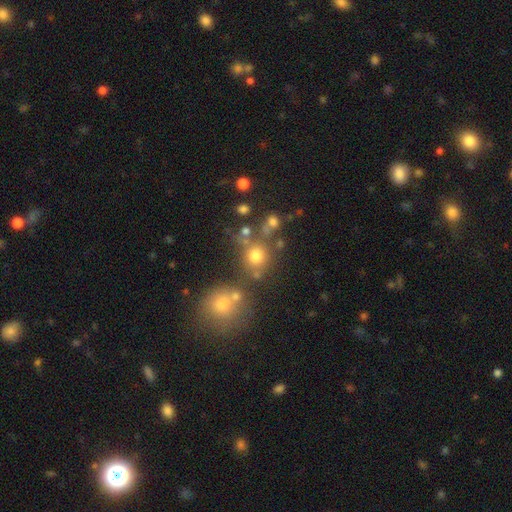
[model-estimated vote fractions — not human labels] The model was most divided on "merging": none: 65%, merger: 19%, minor disturbance: 11%, major disturbance: 6%. More confident: how rounded — round (87%); smooth or featured — smooth (71%).